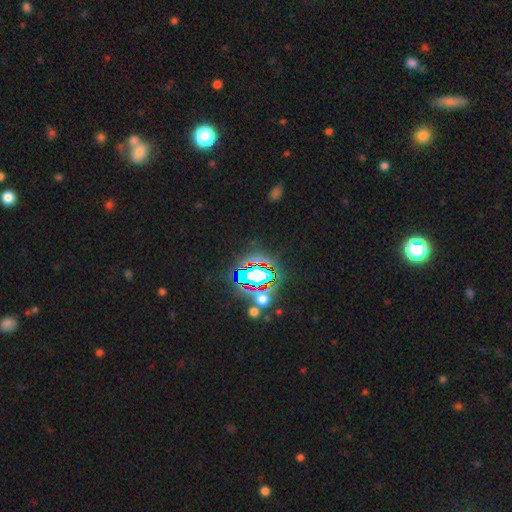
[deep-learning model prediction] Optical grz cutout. It shows a star or artifact, not a galaxy (82%).